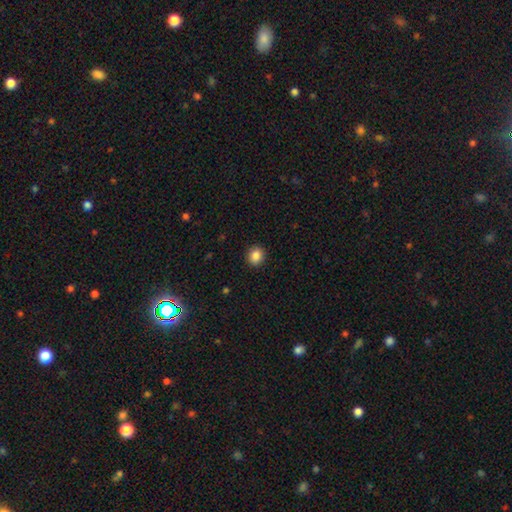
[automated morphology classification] Smooth or featured? smooth (86%)
How rounded? round (78%)
Merging? none (92%)